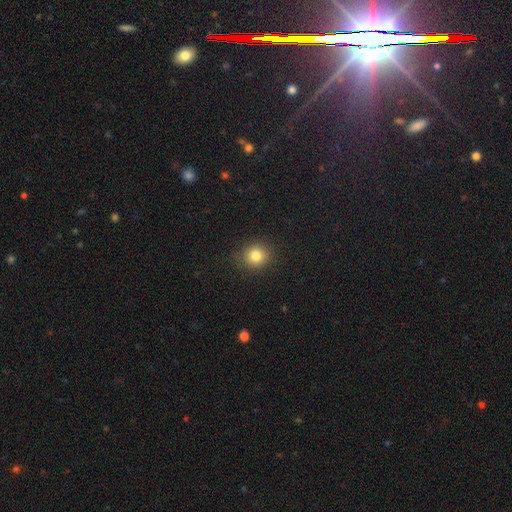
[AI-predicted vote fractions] smooth-or-featured: smooth: 82% | star or artifact: 12% | featured or disk: 6%
  how-rounded: round: 84% | in between: 15% | cigar-shaped: 1%
  merging: none: 89% | minor disturbance: 8% | major disturbance: 2% | merger: 1%